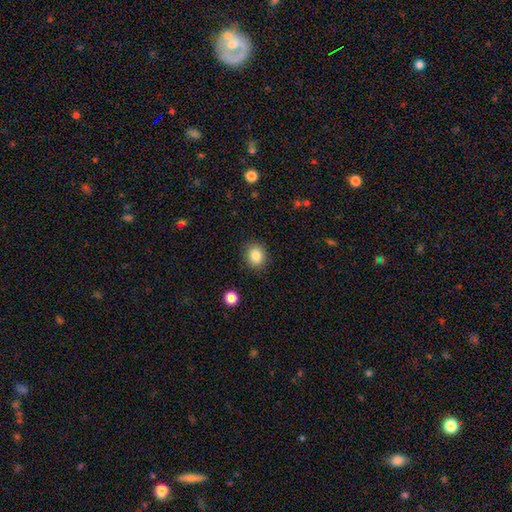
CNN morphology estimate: A smooth galaxy with no disk features (84%) that is round (74%). Merging: none (89%).